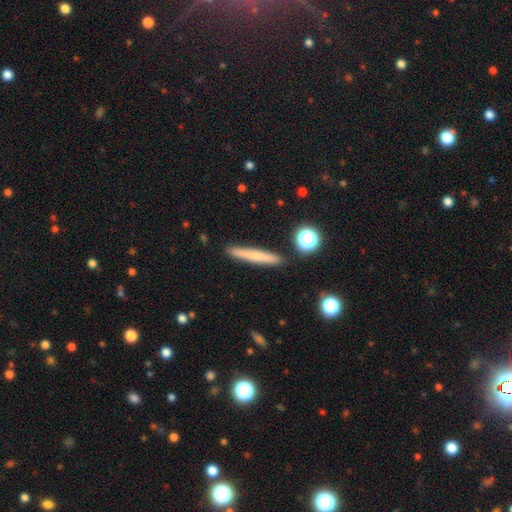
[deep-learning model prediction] smooth_or_featured: smooth (p=0.63) [alt: featured or disk p=0.29]
how_rounded: cigar-shaped (p=0.95) [alt: in between p=0.04]
merging: none (p=0.90) [alt: minor disturbance p=0.06]